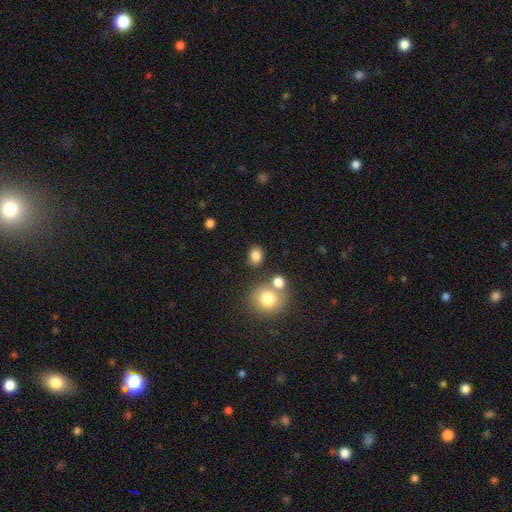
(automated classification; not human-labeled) smooth_or_featured: smooth (p=0.83) [alt: star or artifact p=0.12]
how_rounded: round (p=0.58) [alt: in between p=0.41]
merging: none (p=0.75) [alt: minor disturbance p=0.11]